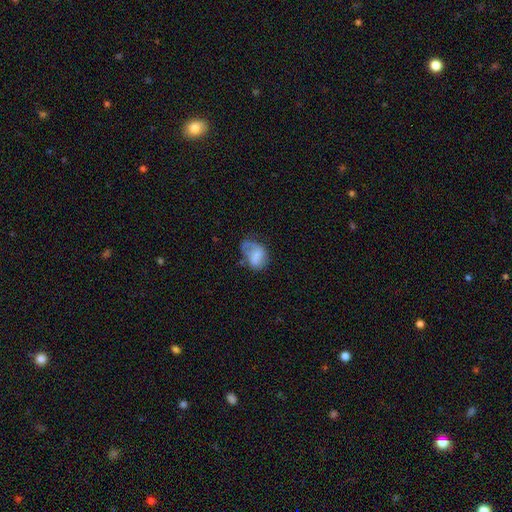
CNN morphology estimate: Overall: smooth (64%; featured or disk 27%). How rounded: in between (76%). Merging: minor disturbance (33%; major disturbance 32%).